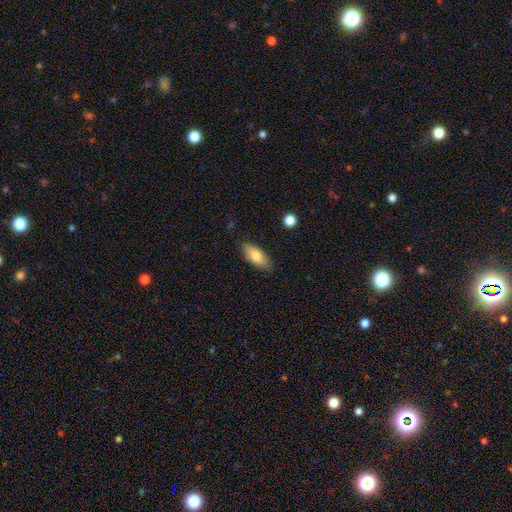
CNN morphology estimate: Q: Smooth or featured?
A: smooth (78%); runner-up: featured or disk (16%)
Q: How rounded?
A: in between (79%); runner-up: cigar-shaped (18%)
Q: Merging?
A: none (83%); runner-up: minor disturbance (13%)